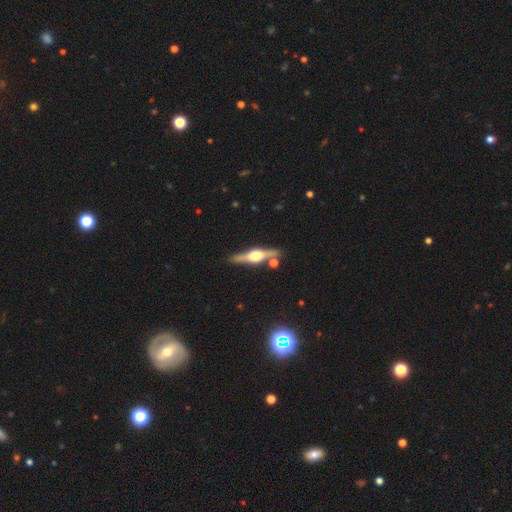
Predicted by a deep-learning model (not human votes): Smooth or featured? featured or disk (80%)
Edge-on disk? yes (97%)
Edge-on bulge? rounded (92%)
Merging? none (84%)